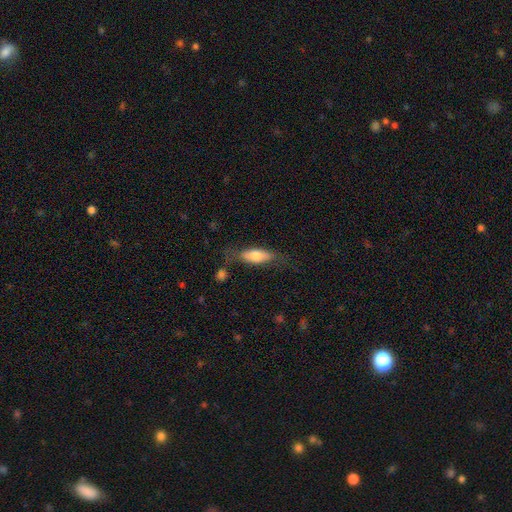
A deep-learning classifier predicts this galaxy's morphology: smooth-or-featured: smooth: 68% | featured or disk: 26% | star or artifact: 6%
  how-rounded: in between: 66% | cigar-shaped: 32% | round: 3%
  merging: none: 65% | minor disturbance: 22% | major disturbance: 9% | merger: 5%